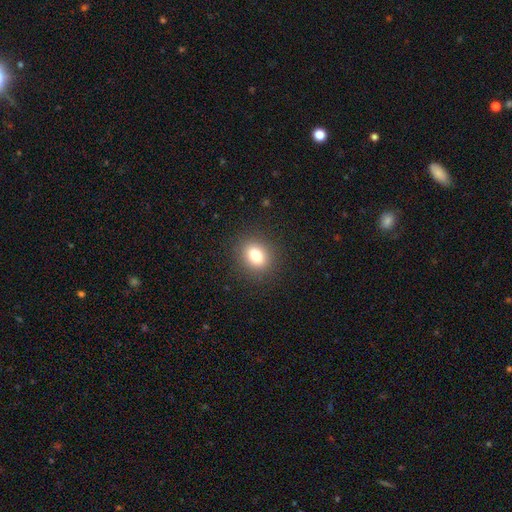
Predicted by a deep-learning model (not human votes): The model was most divided on "how rounded": round: 54%, in between: 44%, cigar-shaped: 1%. More confident: merging — none (88%); smooth or featured — smooth (79%).